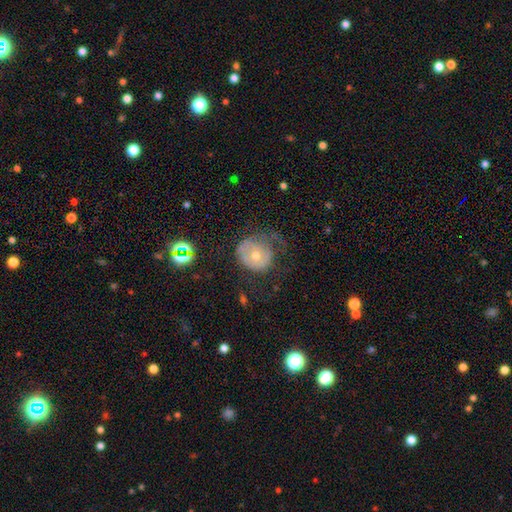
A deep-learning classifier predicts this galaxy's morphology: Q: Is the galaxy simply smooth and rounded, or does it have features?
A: featured or disk — 51%.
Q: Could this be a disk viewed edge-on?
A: no — 96%.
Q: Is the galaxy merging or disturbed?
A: none — 39%.